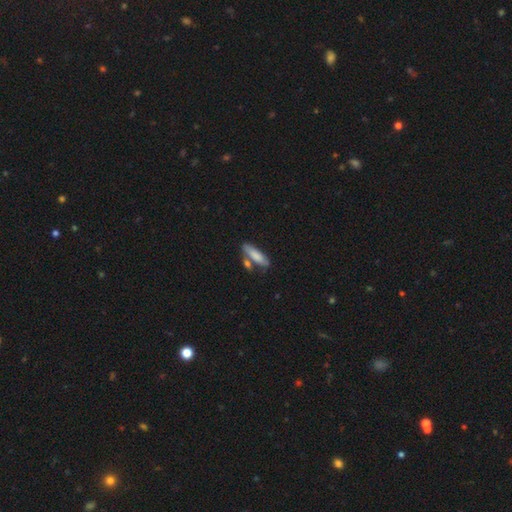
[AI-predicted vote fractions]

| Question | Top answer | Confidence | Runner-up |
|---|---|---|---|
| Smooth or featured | smooth | 80% | featured or disk (14%) |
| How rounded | cigar-shaped | 58% | in between (40%) |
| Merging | none | 58% | merger (21%) |